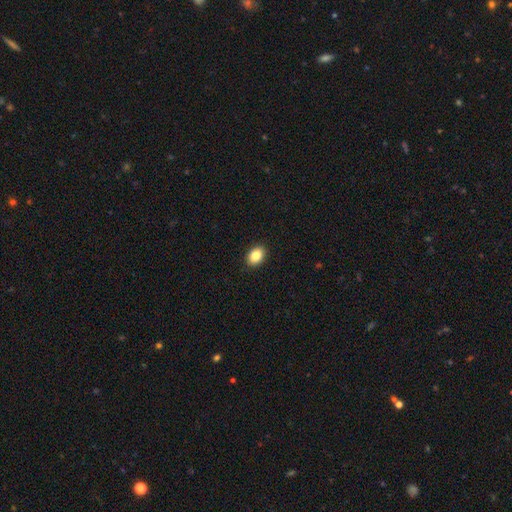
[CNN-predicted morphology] Smooth or featured?
  - smooth: 85% *
  - star or artifact: 8%
  - featured or disk: 6%
How rounded?
  - in between: 79% *
  - round: 20%
  - cigar-shaped: 1%
Merging?
  - none: 91% *
  - minor disturbance: 7%
  - major disturbance: 2%
  - merger: 1%